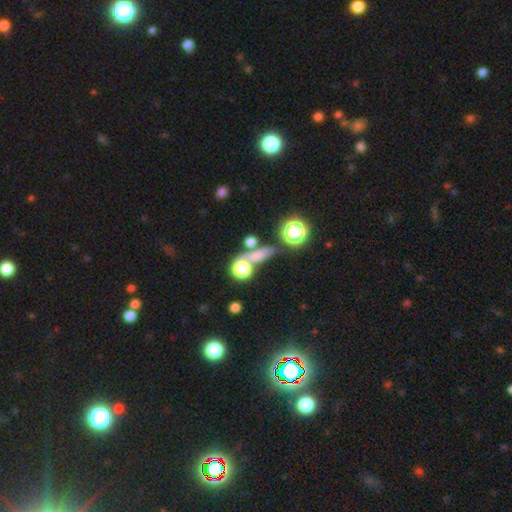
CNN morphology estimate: Smooth or featured? smooth (62%)
How rounded? round (38%)
Merging? none (56%)